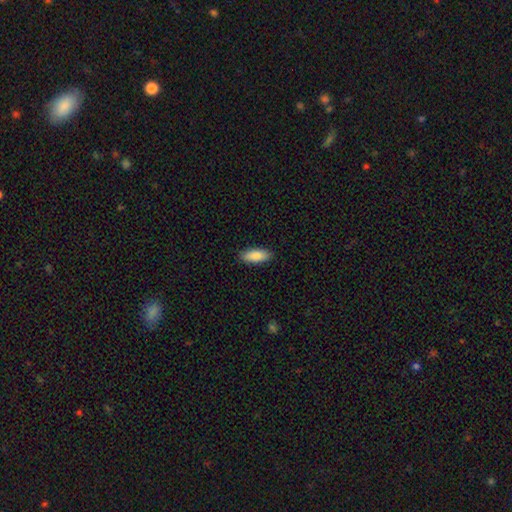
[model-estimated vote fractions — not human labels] Smooth or featured?
  - smooth: 88% *
  - featured or disk: 6%
  - star or artifact: 6%
How rounded?
  - in between: 75% *
  - cigar-shaped: 23%
  - round: 2%
Merging?
  - none: 90% *
  - minor disturbance: 8%
  - major disturbance: 2%
  - merger: 1%